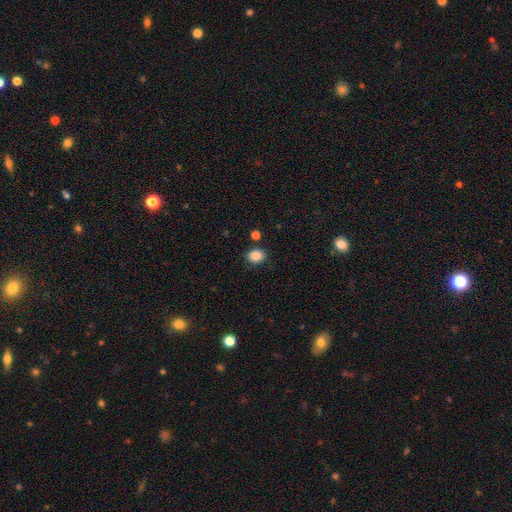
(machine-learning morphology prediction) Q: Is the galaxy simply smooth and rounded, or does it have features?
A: smooth — 87%.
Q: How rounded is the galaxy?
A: round — 56%.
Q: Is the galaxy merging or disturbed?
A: none — 83%.